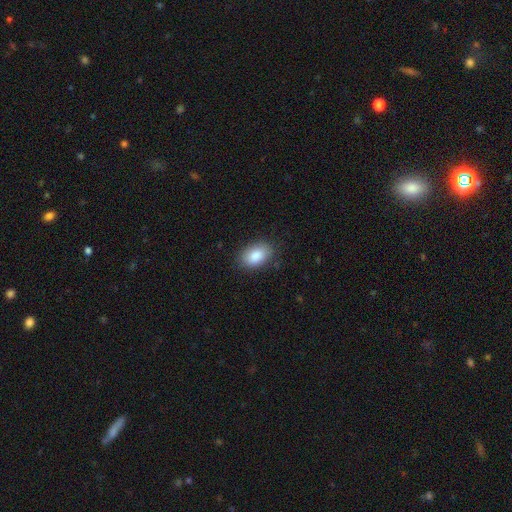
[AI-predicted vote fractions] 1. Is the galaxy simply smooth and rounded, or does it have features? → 87% smooth, 7% star or artifact, 6% featured or disk.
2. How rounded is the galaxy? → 90% in between, 9% round, 1% cigar-shaped.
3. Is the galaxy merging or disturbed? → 84% none, 12% minor disturbance, 3% major disturbance, 1% merger.